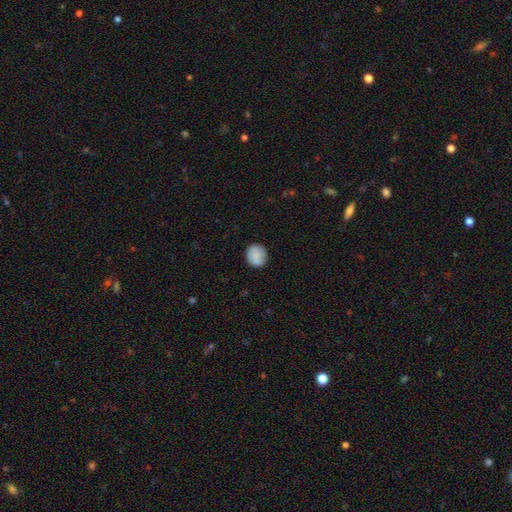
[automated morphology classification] Smooth or featured: smooth — 88% (star or artifact — 7%)
How rounded: round — 81% (in between — 18%)
Merging: none — 88% (minor disturbance — 9%)